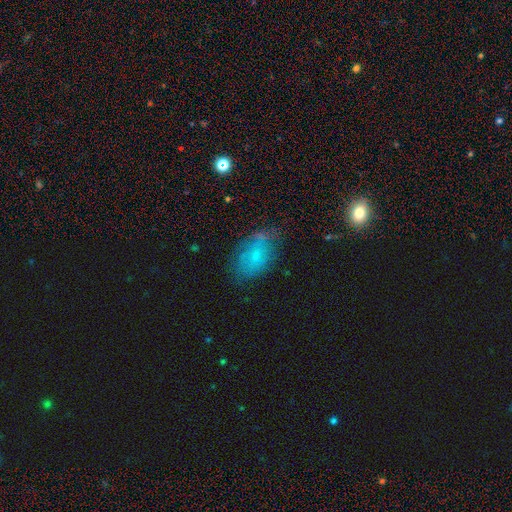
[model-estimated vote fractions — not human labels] This is possibly a smooth galaxy (59%). How rounded: clearly in between (88%). Merging: likely none (60%).